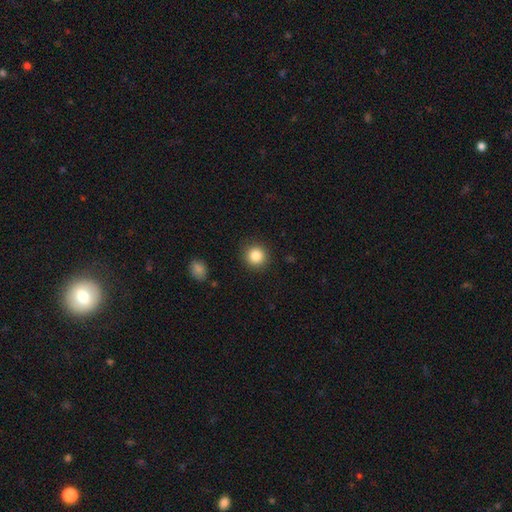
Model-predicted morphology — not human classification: smooth_or_featured: smooth (p=0.85) [alt: star or artifact p=0.10]
how_rounded: round (p=0.93) [alt: in between p=0.06]
merging: none (p=0.89) [alt: minor disturbance p=0.07]